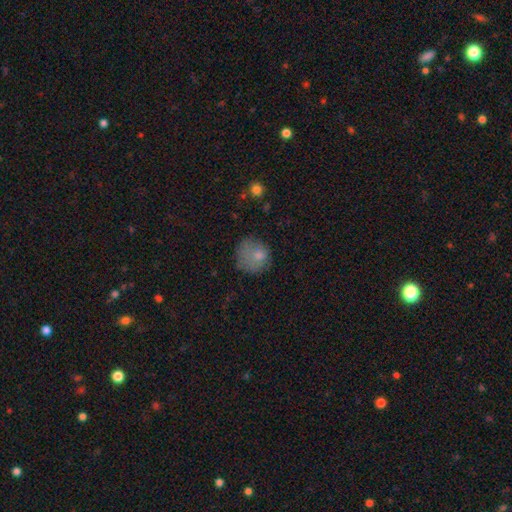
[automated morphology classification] type=smooth (75%); roundness=round (80%); merging=none (53%).